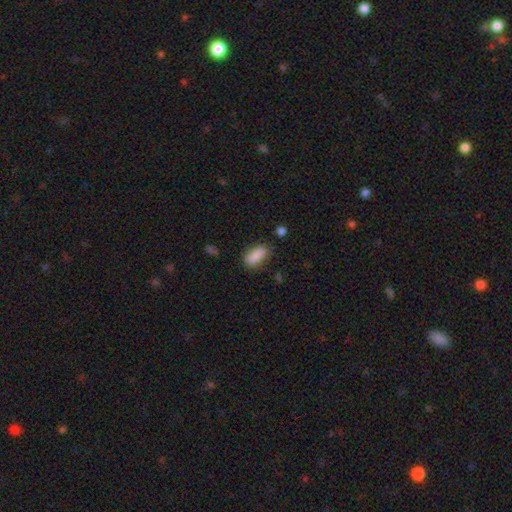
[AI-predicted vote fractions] This is clearly a smooth galaxy (87%). How rounded: clearly in between (82%). Merging: likely none (79%).